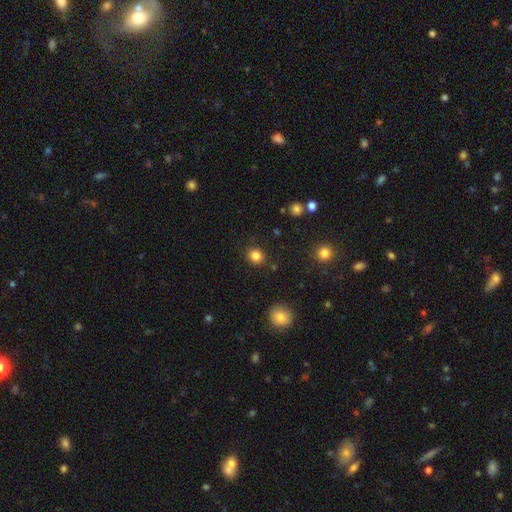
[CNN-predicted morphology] Smooth or featured?
  - smooth: 84% *
  - star or artifact: 12%
  - featured or disk: 4%
How rounded?
  - round: 86% *
  - in between: 13%
  - cigar-shaped: 1%
Merging?
  - none: 89% *
  - minor disturbance: 7%
  - major disturbance: 2%
  - merger: 2%